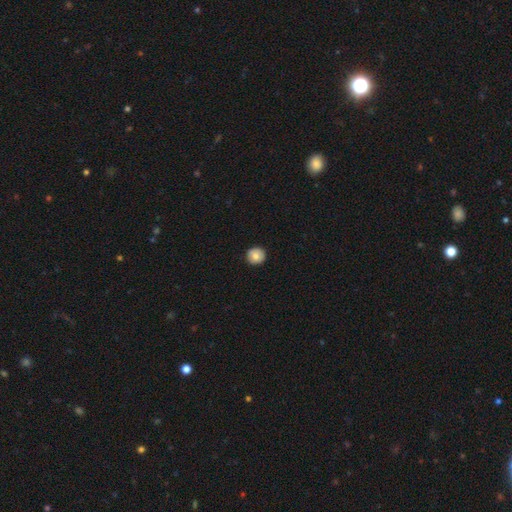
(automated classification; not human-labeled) smooth_or_featured: smooth (p=0.77) [alt: featured or disk p=0.14]
how_rounded: round (p=0.92) [alt: in between p=0.07]
merging: none (p=0.90) [alt: minor disturbance p=0.07]